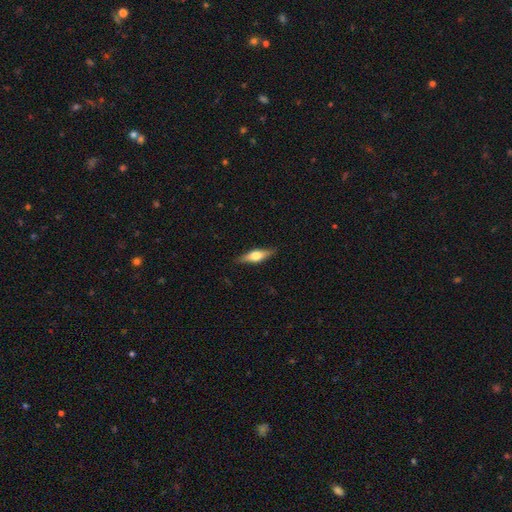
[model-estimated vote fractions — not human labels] Q: Smooth or featured?
A: featured or disk (53%); runner-up: smooth (41%)
Q: Edge-on disk?
A: yes (94%); runner-up: no (6%)
Q: Merging?
A: none (88%); runner-up: minor disturbance (9%)